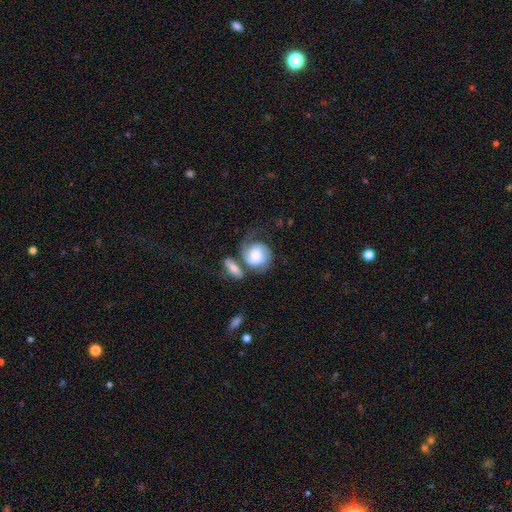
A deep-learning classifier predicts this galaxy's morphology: This is possibly a featured or disk galaxy (53%). It is clearly not viewed edge-on (96%). Bar: likely no (64%). Spiral arm pattern: clearly yes (87%). Central bulge: marginally large (38%). Merging: marginally none (35%).